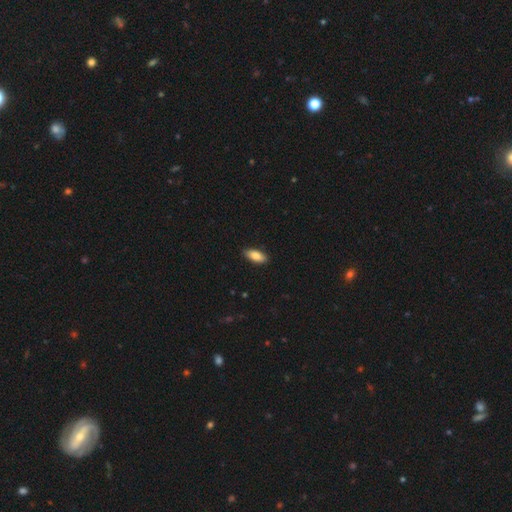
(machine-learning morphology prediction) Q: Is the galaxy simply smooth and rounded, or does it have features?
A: smooth — 84%.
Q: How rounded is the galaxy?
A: in between — 85%.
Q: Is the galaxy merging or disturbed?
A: none — 88%.